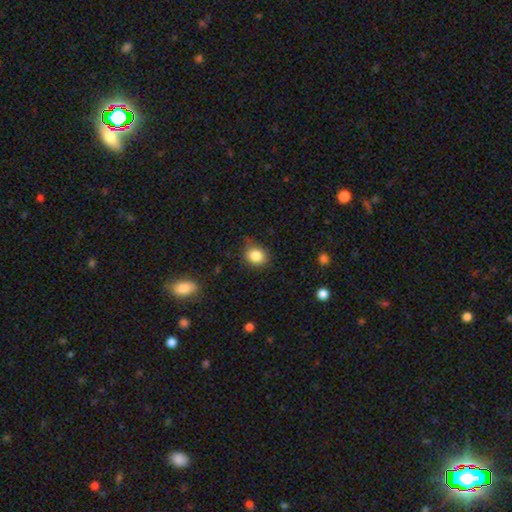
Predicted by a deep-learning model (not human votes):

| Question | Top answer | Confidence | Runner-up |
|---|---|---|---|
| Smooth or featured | smooth | 84% | star or artifact (10%) |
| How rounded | round | 68% | in between (31%) |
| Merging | none | 79% | minor disturbance (16%) |